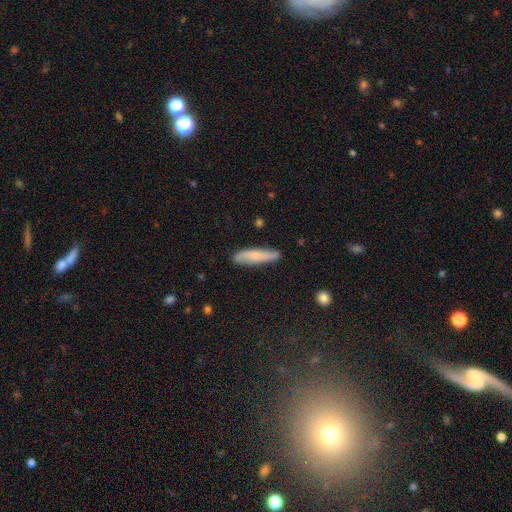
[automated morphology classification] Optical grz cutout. It shows a smooth galaxy with no disk features (63%) that is cigar-shaped (80%). Merging: none (82%).